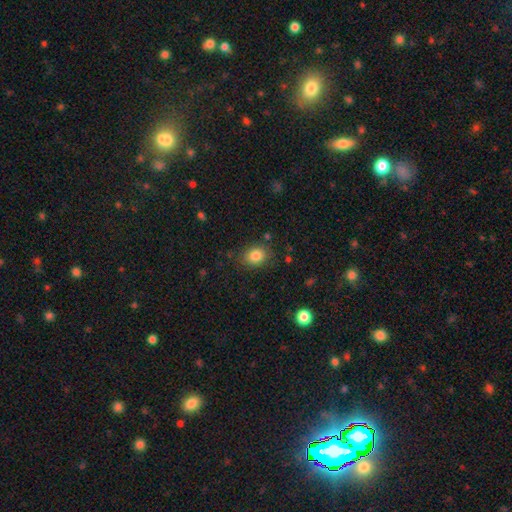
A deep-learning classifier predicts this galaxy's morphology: Smooth or featured?
  - smooth: 84% *
  - star or artifact: 10%
  - featured or disk: 6%
How rounded?
  - round: 53% *
  - in between: 46%
  - cigar-shaped: 1%
Merging?
  - none: 81% *
  - minor disturbance: 13%
  - major disturbance: 4%
  - merger: 2%